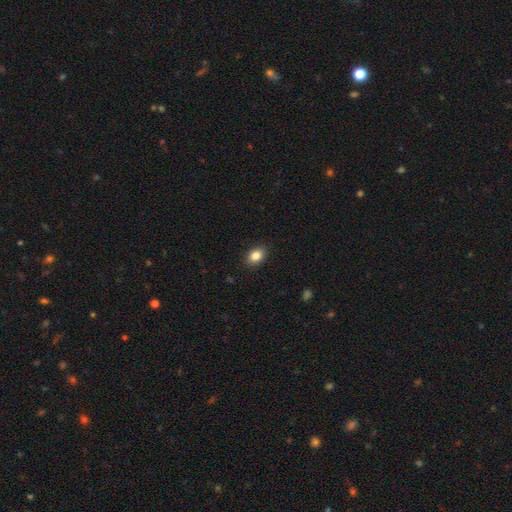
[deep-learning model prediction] The model was most divided on "how rounded": in between: 73%, round: 25%, cigar-shaped: 1%. More confident: merging — none (89%); smooth or featured — smooth (85%).